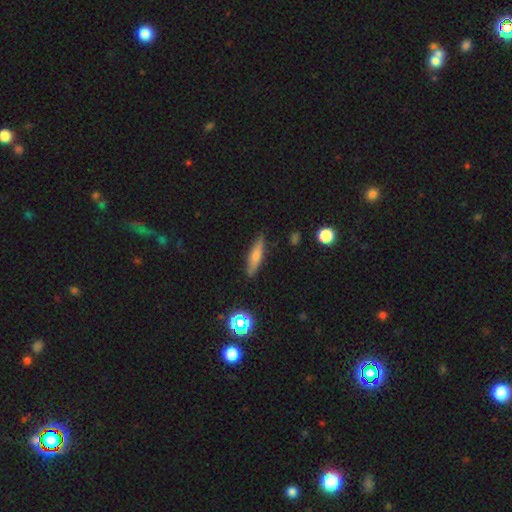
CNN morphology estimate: Q: Smooth or featured?
A: smooth (64%); runner-up: featured or disk (26%)
Q: How rounded?
A: cigar-shaped (77%); runner-up: in between (20%)
Q: Merging?
A: none (86%); runner-up: minor disturbance (10%)